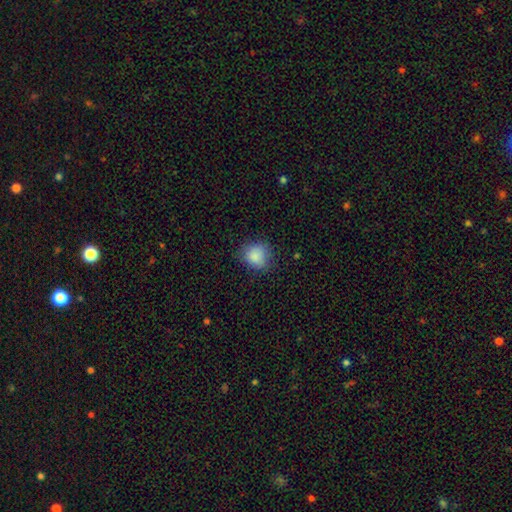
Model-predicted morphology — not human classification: smooth_or_featured: smooth (p=0.86) [alt: star or artifact p=0.09]
how_rounded: round (p=0.71) [alt: in between p=0.28]
merging: none (p=0.72) [alt: minor disturbance p=0.21]